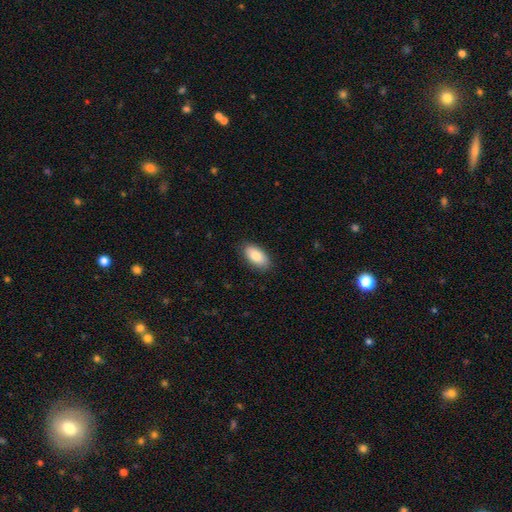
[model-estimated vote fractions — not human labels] The model was most divided on "merging": none: 86%, minor disturbance: 11%, major disturbance: 2%, merger: 1%. More confident: how rounded — in between (94%); smooth or featured — smooth (84%).